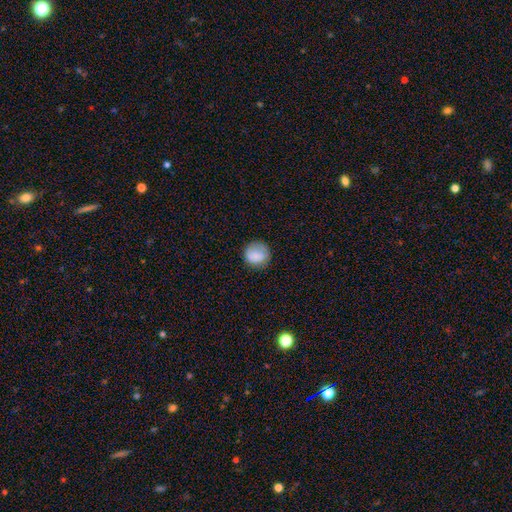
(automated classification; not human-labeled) Smooth or featured?
  - smooth: 85% *
  - star or artifact: 8%
  - featured or disk: 7%
How rounded?
  - round: 89% *
  - in between: 10%
  - cigar-shaped: 1%
Merging?
  - none: 79% *
  - minor disturbance: 15%
  - major disturbance: 5%
  - merger: 1%